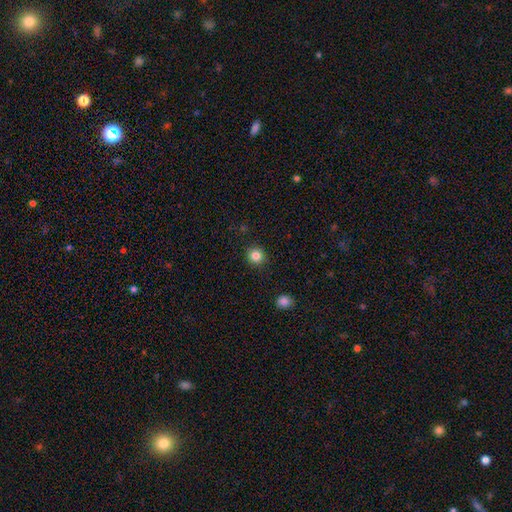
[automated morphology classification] A smooth galaxy with no disk features (83%) that is round (92%). Merging: none (91%).